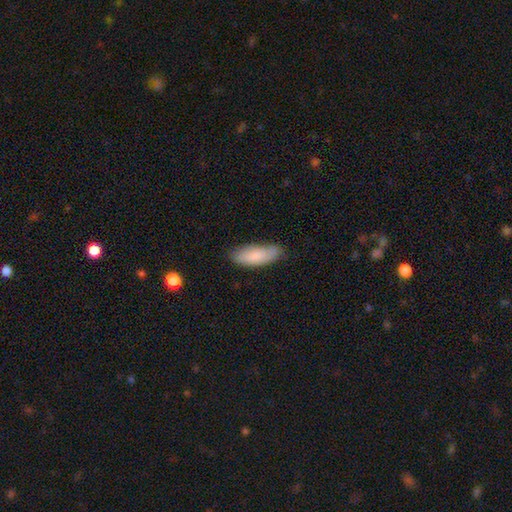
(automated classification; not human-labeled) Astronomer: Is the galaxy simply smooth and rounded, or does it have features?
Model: smooth — 82%.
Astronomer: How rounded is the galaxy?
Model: in between — 72%.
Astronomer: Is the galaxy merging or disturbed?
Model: none — 73%.